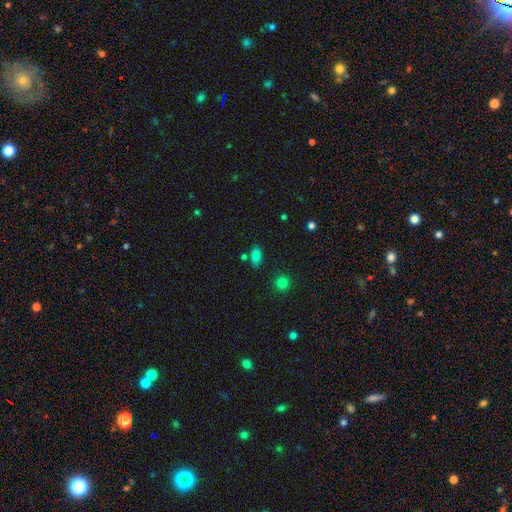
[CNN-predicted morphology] smooth 81%, star or artifact 12%, featured or disk 7%. Down the decision tree: how rounded — in between (88%); merging — none (74%).